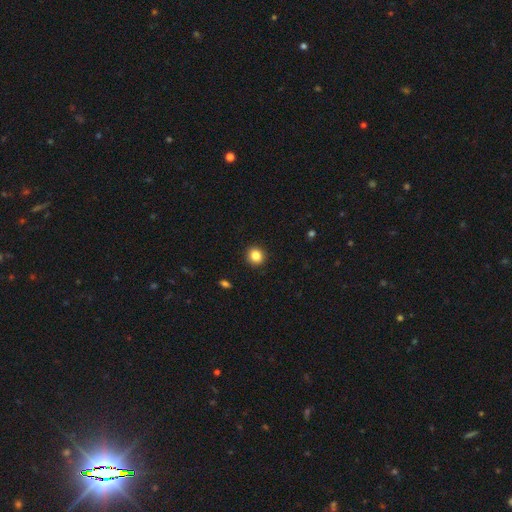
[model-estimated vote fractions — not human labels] This appears to be a smooth galaxy with no disk features (84%) that is round (90%). Merging: none (93%).